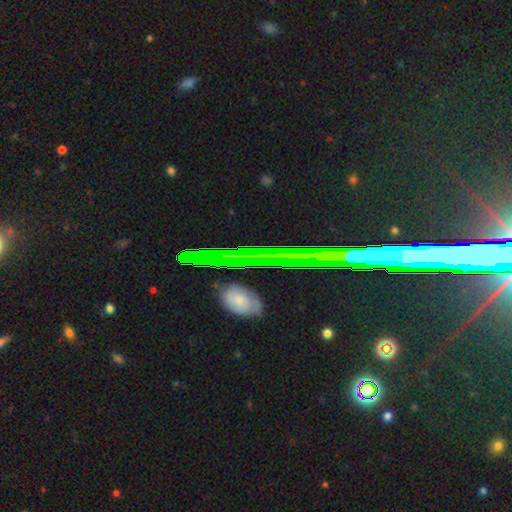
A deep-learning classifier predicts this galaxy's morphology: This is possibly a star or artifact rather than a galaxy (57%).